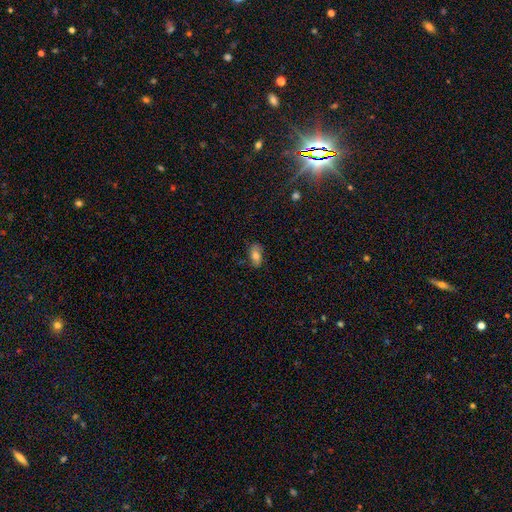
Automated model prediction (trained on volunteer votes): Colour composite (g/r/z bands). It shows a smooth galaxy with no disk features (70%) that is in between round and cigar-shaped (88%). Merging: none (75%).